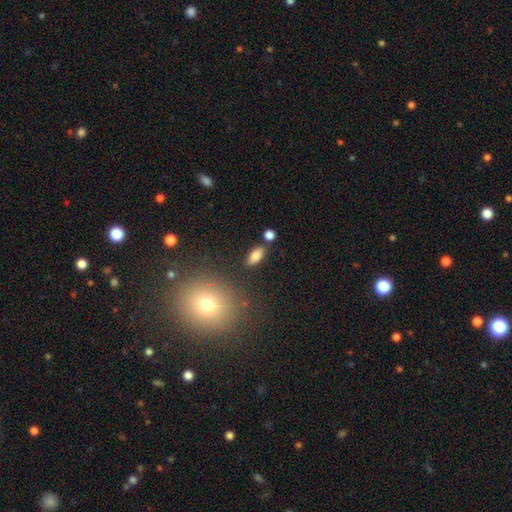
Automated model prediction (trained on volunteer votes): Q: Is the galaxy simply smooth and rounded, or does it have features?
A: smooth — 83%.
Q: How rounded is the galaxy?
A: in between — 85%.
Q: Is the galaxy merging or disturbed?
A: none — 80%.